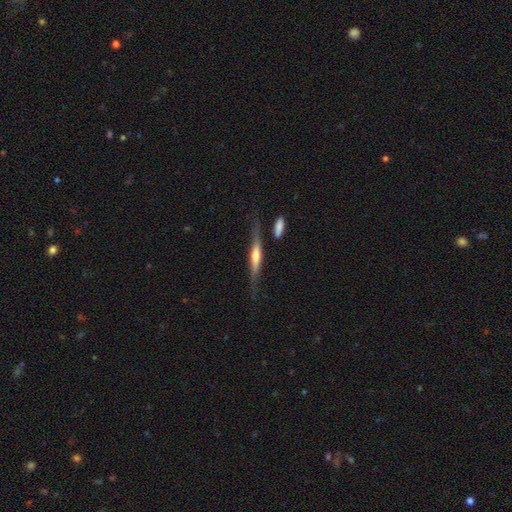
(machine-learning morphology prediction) featured or disk 64%, smooth 30%, star or artifact 6%. Down the decision tree: edge-on disk — yes (94%); edge-on bulge — rounded (66%); merging — none (68%).